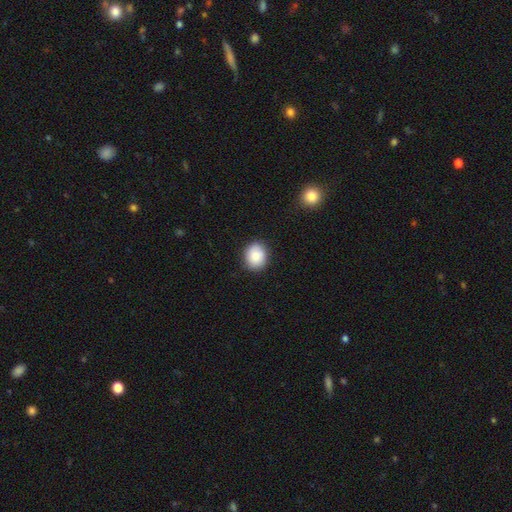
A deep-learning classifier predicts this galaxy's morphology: The model was most divided on "how rounded": round: 70%, in between: 30%, cigar-shaped: 1%. More confident: merging — none (88%); smooth or featured — smooth (87%).